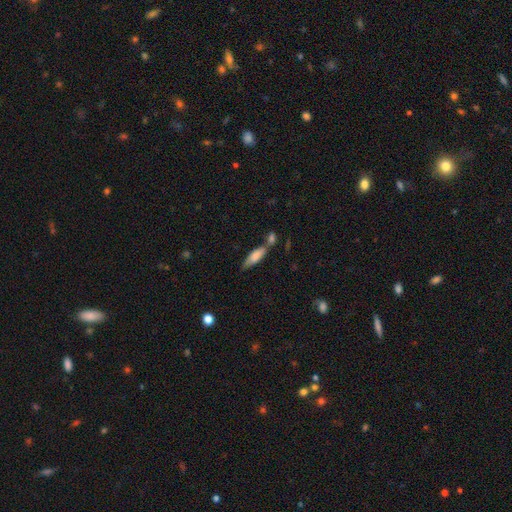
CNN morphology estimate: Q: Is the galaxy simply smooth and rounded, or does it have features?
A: smooth — 69%.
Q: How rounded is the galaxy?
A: in between — 50%.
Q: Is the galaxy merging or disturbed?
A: none — 46%.